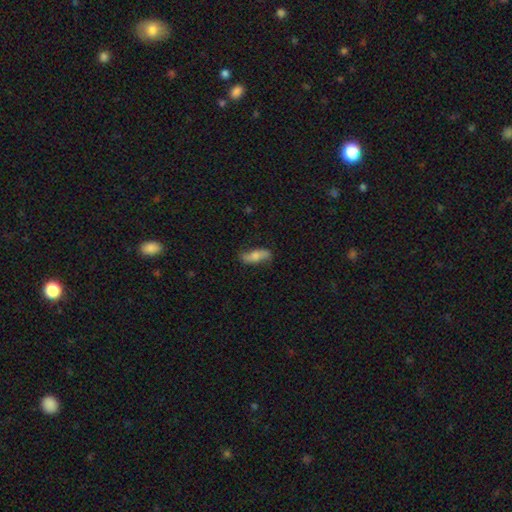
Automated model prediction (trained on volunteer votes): Smooth or featured?
  - smooth: 56% *
  - featured or disk: 37%
  - star or artifact: 7%
How rounded?
  - in between: 66% *
  - cigar-shaped: 30%
  - round: 3%
Merging?
  - none: 72% *
  - minor disturbance: 21%
  - major disturbance: 6%
  - merger: 2%